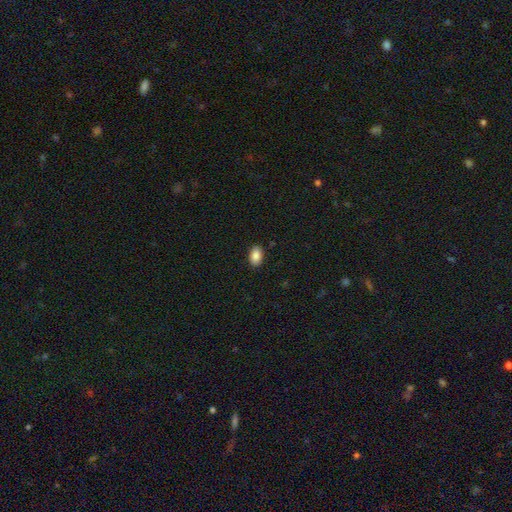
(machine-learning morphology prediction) This appears to be a smooth galaxy with no disk features (88%) that is in between round and cigar-shaped (89%). Merging: none (89%).